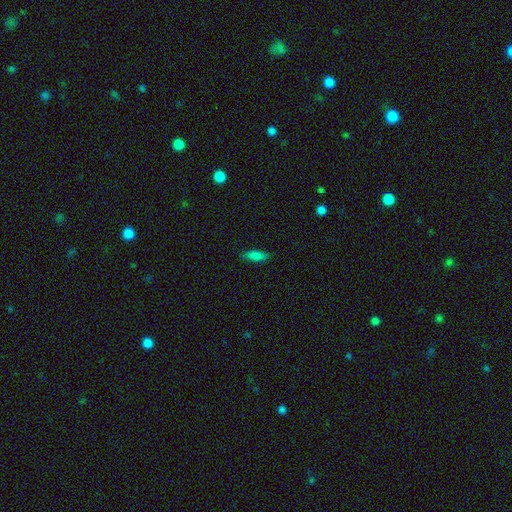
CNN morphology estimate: smooth_or_featured: smooth (p=0.82) [alt: featured or disk p=0.09]
how_rounded: in between (p=0.57) [alt: cigar-shaped p=0.41]
merging: none (p=0.84) [alt: minor disturbance p=0.13]